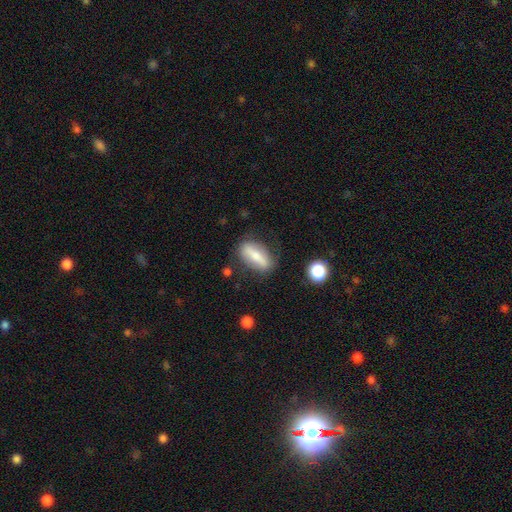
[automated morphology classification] Smooth or featured? smooth (56%)
How rounded? in between (67%)
Merging? none (78%)